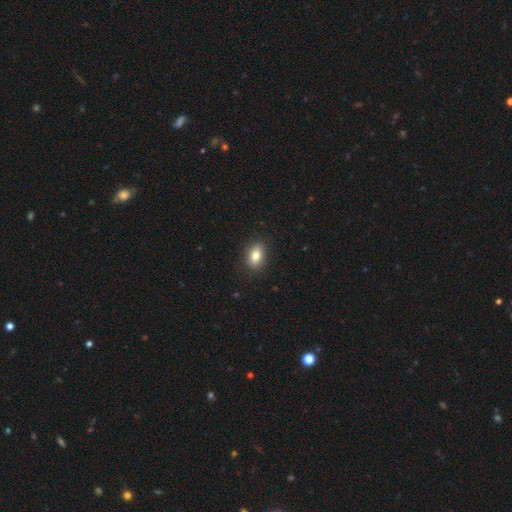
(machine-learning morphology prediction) type=smooth (82%); roundness=in between (82%); merging=none (88%).